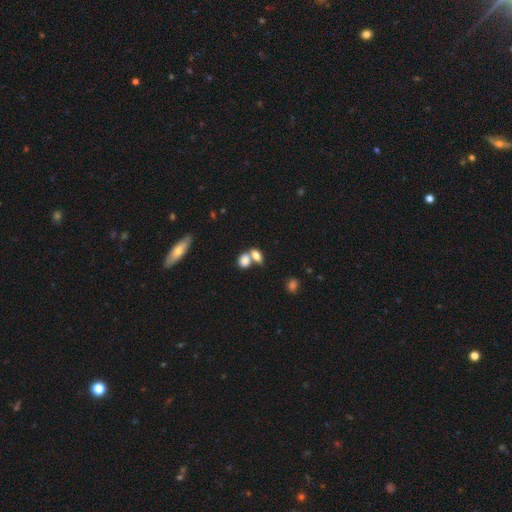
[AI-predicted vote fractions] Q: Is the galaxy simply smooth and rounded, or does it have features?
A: smooth — 79%.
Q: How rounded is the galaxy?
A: in between — 77%.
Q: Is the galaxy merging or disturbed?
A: merger — 58%.